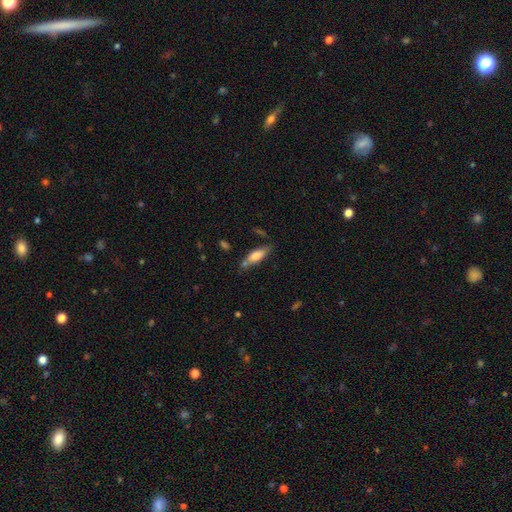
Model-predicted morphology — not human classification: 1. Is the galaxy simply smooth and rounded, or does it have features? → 73% smooth, 20% featured or disk, 7% star or artifact.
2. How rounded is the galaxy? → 56% in between, 42% cigar-shaped, 2% round.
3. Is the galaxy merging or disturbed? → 64% none, 21% minor disturbance, 10% merger, 6% major disturbance.